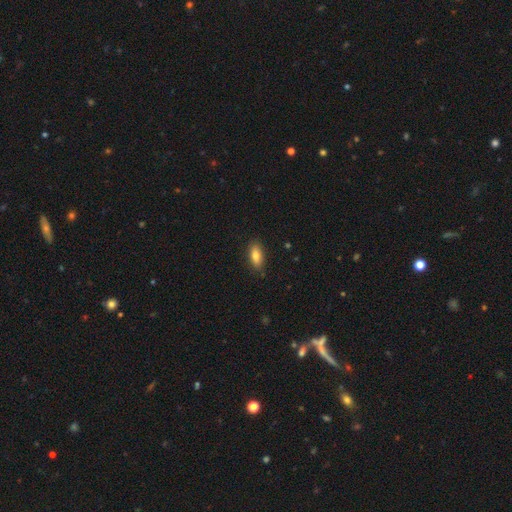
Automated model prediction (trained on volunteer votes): Morphology: type=smooth (81%); roundness=in between (83%); merging=none (84%).